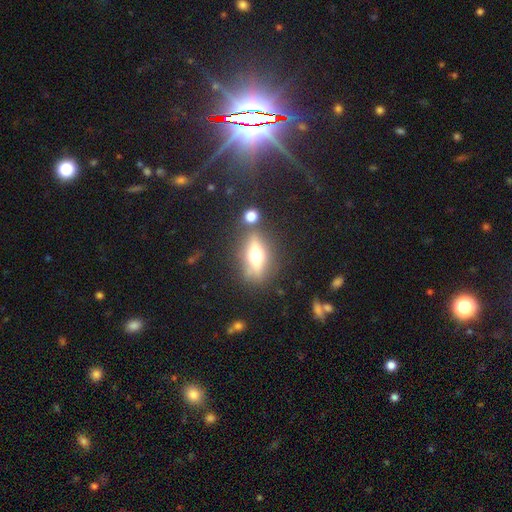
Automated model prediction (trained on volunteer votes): Q: Smooth or featured?
A: featured or disk (54%); runner-up: smooth (36%)
Q: Edge-on disk?
A: yes (81%); runner-up: no (19%)
Q: Merging?
A: none (77%); runner-up: minor disturbance (11%)